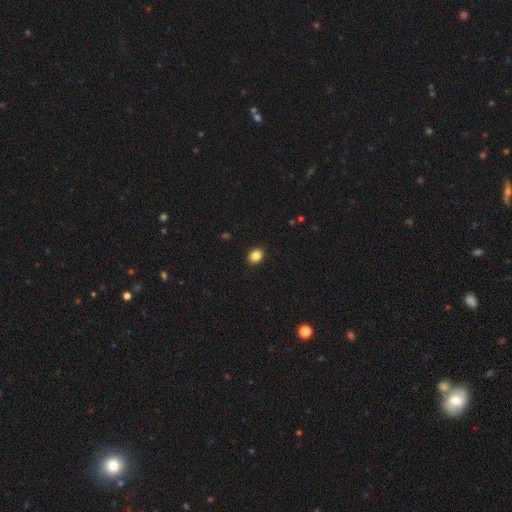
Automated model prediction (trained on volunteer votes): This appears to be a smooth galaxy with no disk features (86%) that is round (52%). Merging: none (90%).